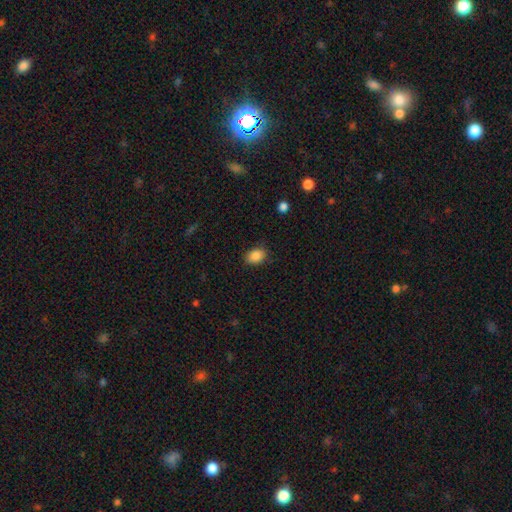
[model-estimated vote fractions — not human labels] smooth_or_featured: smooth (p=0.87) [alt: star or artifact p=0.09]
how_rounded: in between (p=0.69) [alt: round p=0.30]
merging: none (p=0.84) [alt: minor disturbance p=0.12]